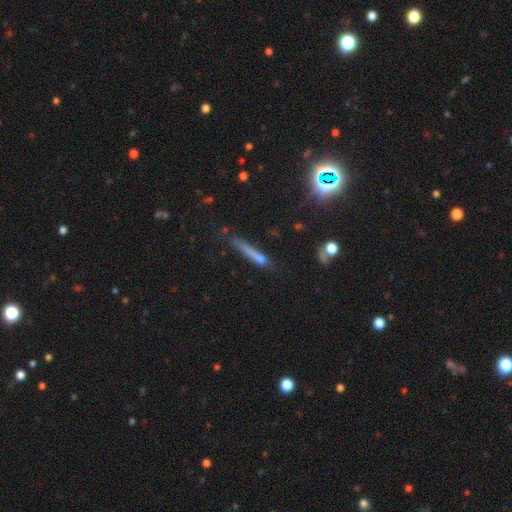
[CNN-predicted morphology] smooth-or-featured: smooth: 61% | featured or disk: 26% | star or artifact: 13%
  how-rounded: cigar-shaped: 92% | in between: 5% | round: 3%
  merging: none: 61% | minor disturbance: 23% | major disturbance: 10% | merger: 6%